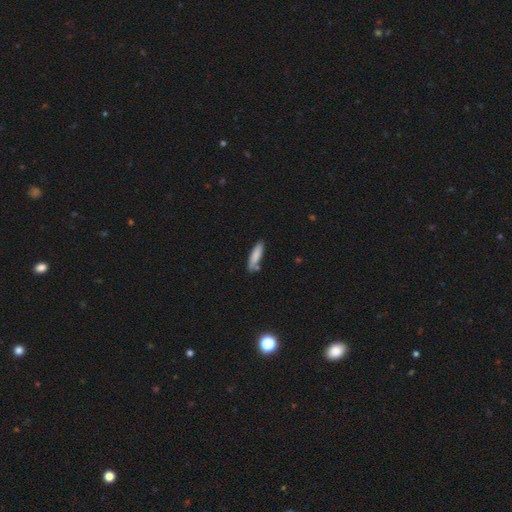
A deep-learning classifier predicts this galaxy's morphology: smooth 82%, featured or disk 12%, star or artifact 6%. Down the decision tree: how rounded — cigar-shaped (68%); merging — none (73%).